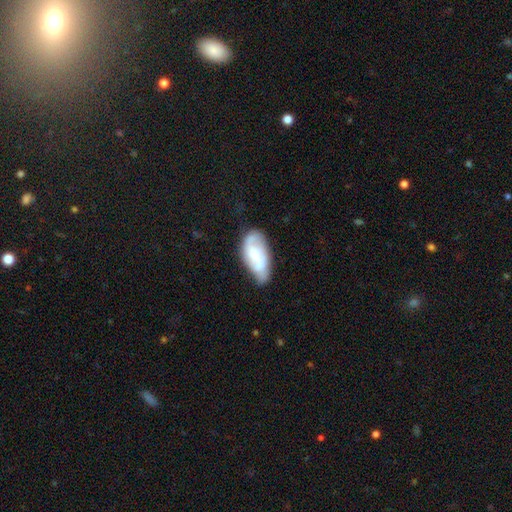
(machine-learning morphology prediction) This is possibly a featured or disk galaxy (51%). It is clearly not viewed edge-on (94%). Merging: marginally none (42%).